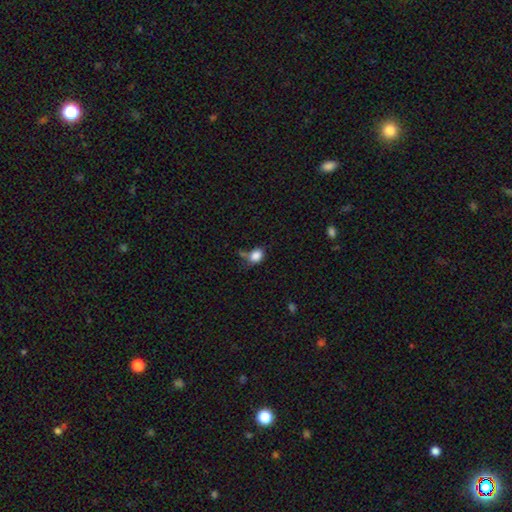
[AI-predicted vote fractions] Smooth or featured? smooth (85%)
How rounded? in between (56%)
Merging? none (50%)